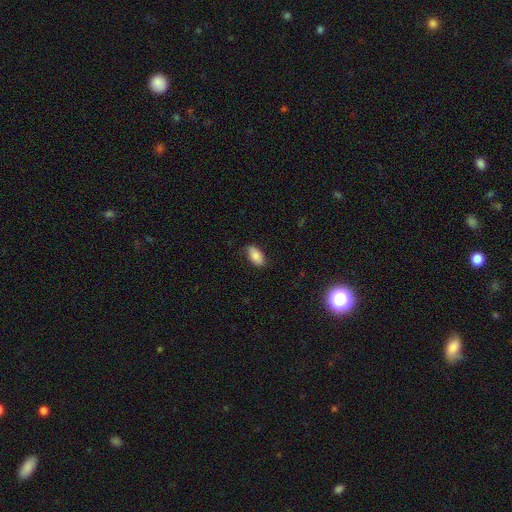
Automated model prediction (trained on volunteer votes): Overall: smooth (86%). How rounded: in between (92%). Merging: none (82%).